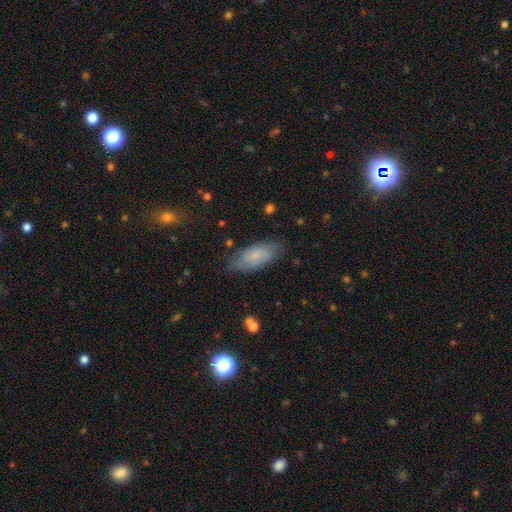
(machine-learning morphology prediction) A smooth galaxy with no disk features (72%) that is in between round and cigar-shaped (85%). Merging: none (77%).